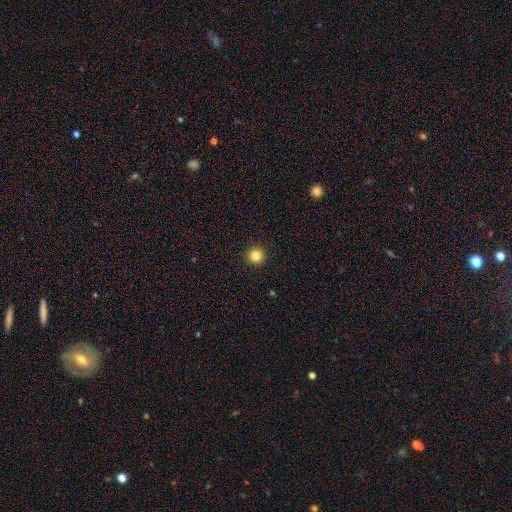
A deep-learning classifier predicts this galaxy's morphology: This appears to be a smooth galaxy with no disk features (83%) that is round (95%). Merging: none (93%).